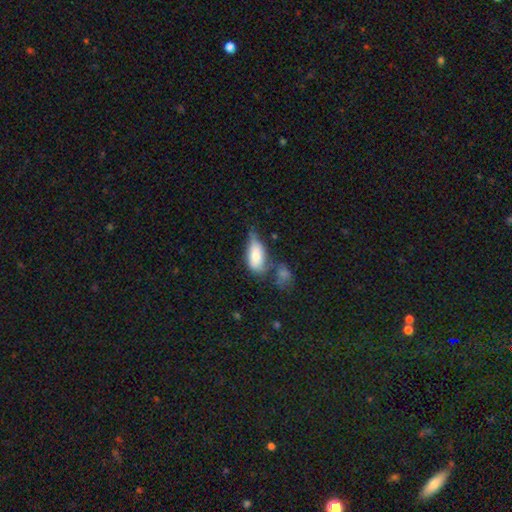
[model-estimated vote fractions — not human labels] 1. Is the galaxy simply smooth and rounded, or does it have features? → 77% smooth, 16% featured or disk, 7% star or artifact.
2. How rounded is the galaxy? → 88% in between, 9% cigar-shaped, 3% round.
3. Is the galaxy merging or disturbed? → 33% none, 30% minor disturbance, 22% merger, 15% major disturbance.